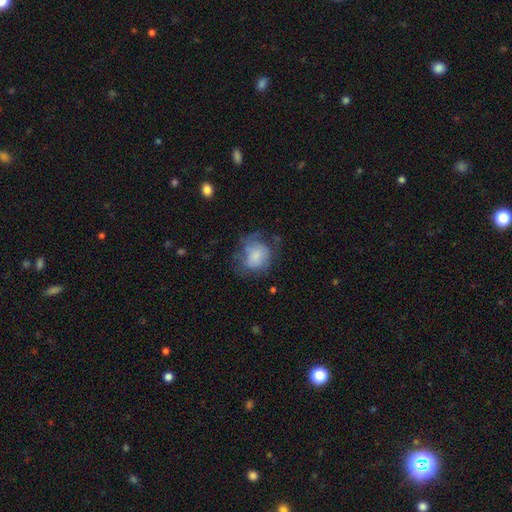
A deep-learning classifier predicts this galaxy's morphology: Overall: smooth (61%; featured or disk 29%). How rounded: round (63%; in between 36%). Merging: none (43%; major disturbance 28%).